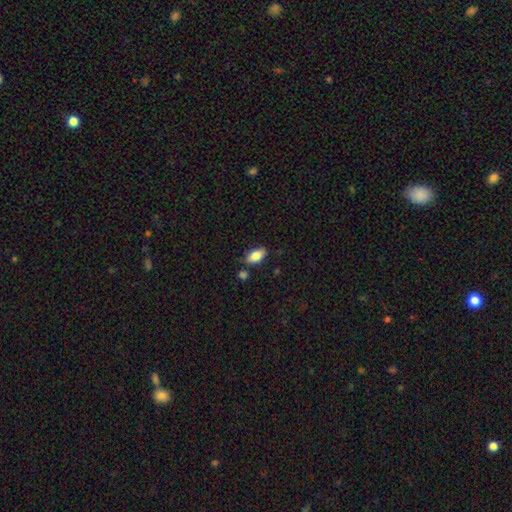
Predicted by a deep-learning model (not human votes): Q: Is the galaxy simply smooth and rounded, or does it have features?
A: smooth — 82%.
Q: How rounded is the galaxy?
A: in between — 89%.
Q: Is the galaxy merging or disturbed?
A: none — 76%.